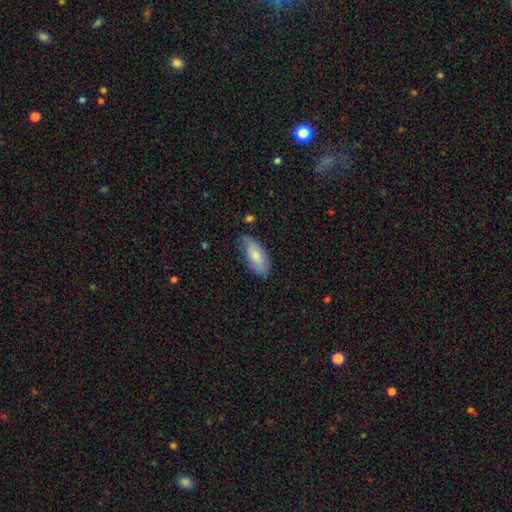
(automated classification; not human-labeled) The model was most divided on "merging": none: 67%, minor disturbance: 26%, major disturbance: 5%, merger: 2%. More confident: how rounded — in between (86%); smooth or featured — smooth (76%).